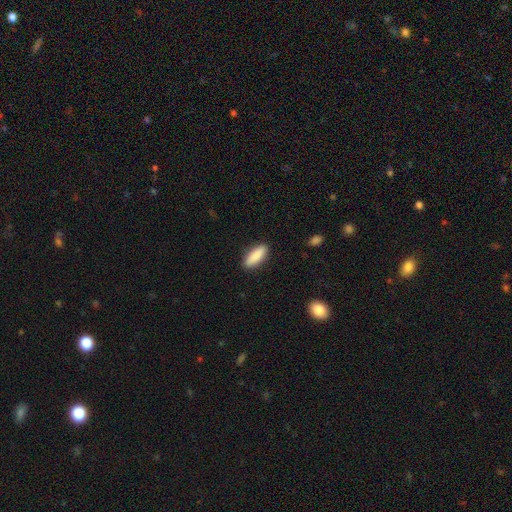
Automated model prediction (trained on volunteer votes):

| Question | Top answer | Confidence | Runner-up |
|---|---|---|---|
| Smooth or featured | smooth | 89% | featured or disk (6%) |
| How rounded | in between | 62% | cigar-shaped (37%) |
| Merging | none | 89% | minor disturbance (8%) |